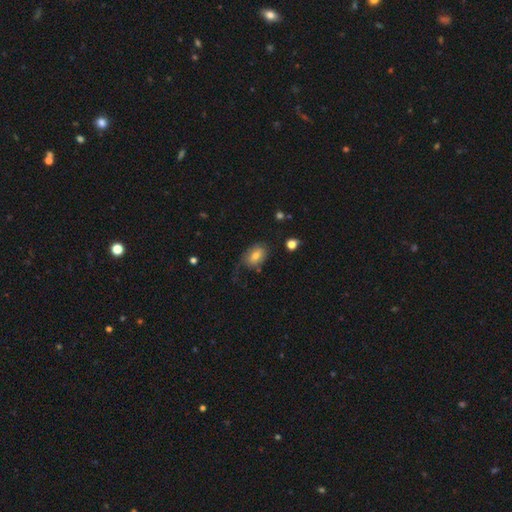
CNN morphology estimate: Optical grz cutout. It shows a smooth galaxy with no disk features (70%) that is in between round and cigar-shaped (82%). Merging: none (56%).